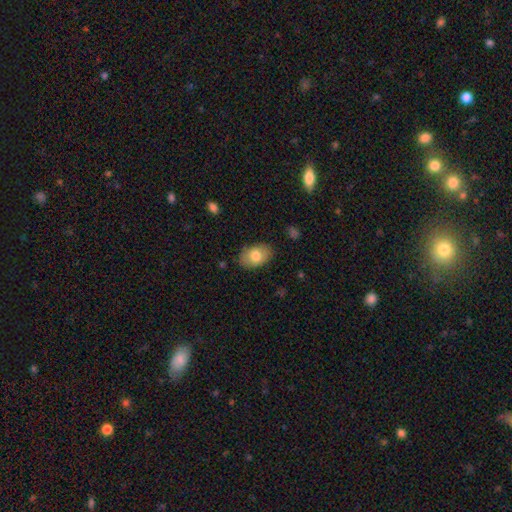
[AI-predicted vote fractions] Smooth or featured?
  - smooth: 77% *
  - featured or disk: 16%
  - star or artifact: 7%
How rounded?
  - in between: 87% *
  - round: 12%
  - cigar-shaped: 1%
Merging?
  - none: 83% *
  - minor disturbance: 13%
  - major disturbance: 3%
  - merger: 1%